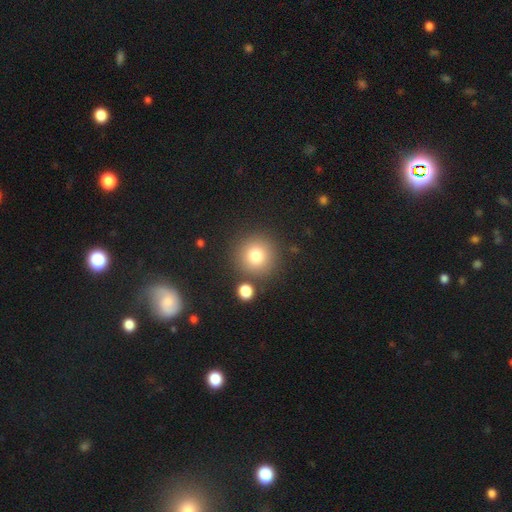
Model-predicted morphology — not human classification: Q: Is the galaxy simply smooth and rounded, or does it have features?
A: smooth — 79%.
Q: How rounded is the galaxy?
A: round — 94%.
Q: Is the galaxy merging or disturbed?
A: none — 83%.